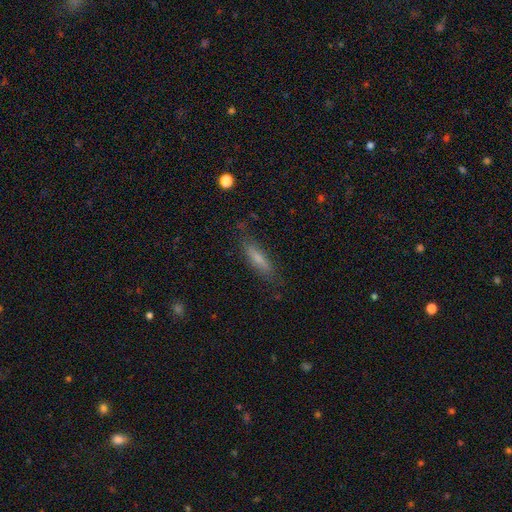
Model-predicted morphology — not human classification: Smooth or featured?
  - smooth: 60% *
  - featured or disk: 29%
  - star or artifact: 10%
How rounded?
  - cigar-shaped: 74% *
  - in between: 24%
  - round: 2%
Merging?
  - none: 79% *
  - minor disturbance: 15%
  - major disturbance: 4%
  - merger: 2%